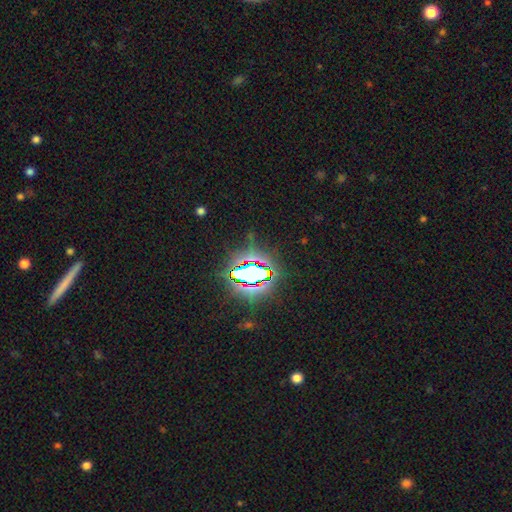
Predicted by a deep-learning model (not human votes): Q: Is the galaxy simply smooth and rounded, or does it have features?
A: star or artifact — 81%.